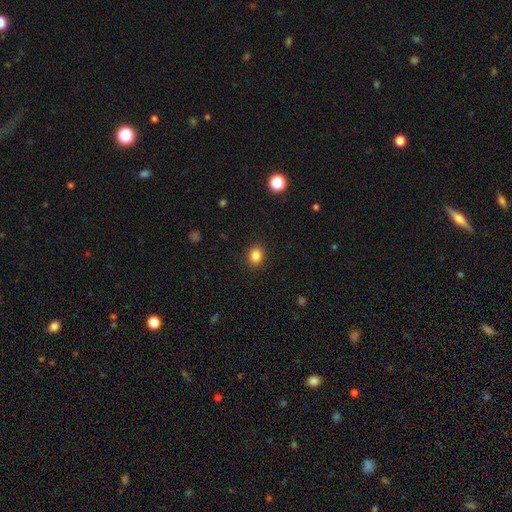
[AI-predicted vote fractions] Morphology: type=smooth (85%); roundness=round (55%); merging=none (90%).